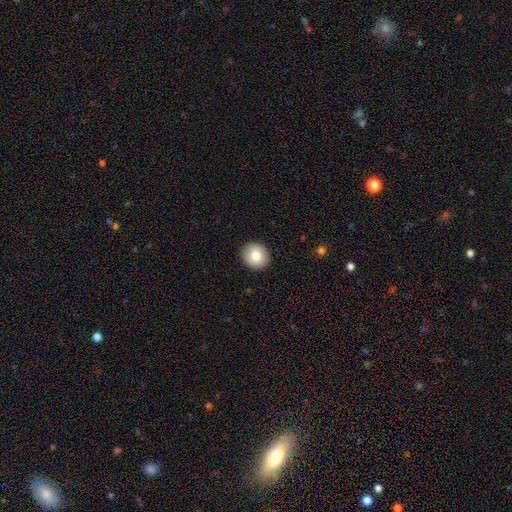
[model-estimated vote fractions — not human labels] smooth_or_featured: smooth (p=0.80) [alt: featured or disk p=0.12]
how_rounded: round (p=0.87) [alt: in between p=0.12]
merging: none (p=0.92) [alt: minor disturbance p=0.05]